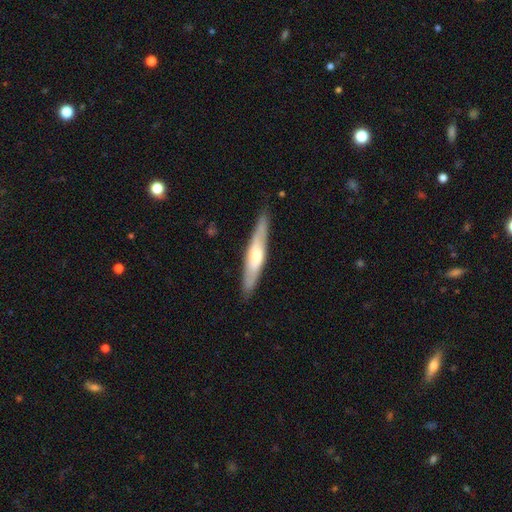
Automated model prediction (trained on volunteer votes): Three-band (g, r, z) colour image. It shows a featured or disk galaxy (57%) viewed edge-on (84%). Merging: none (87%).